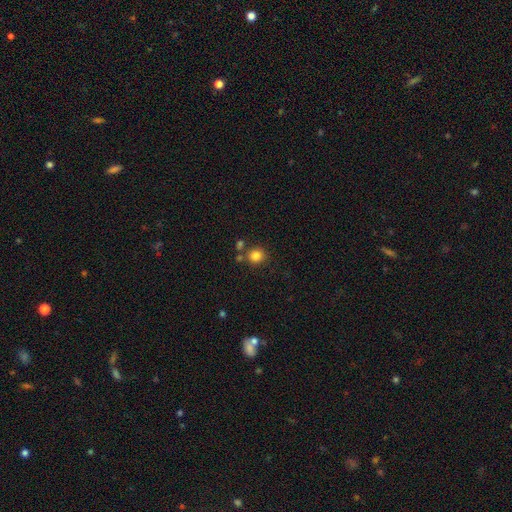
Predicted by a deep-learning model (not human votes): Smooth or featured? smooth (82%)
How rounded? round (88%)
Merging? none (75%)